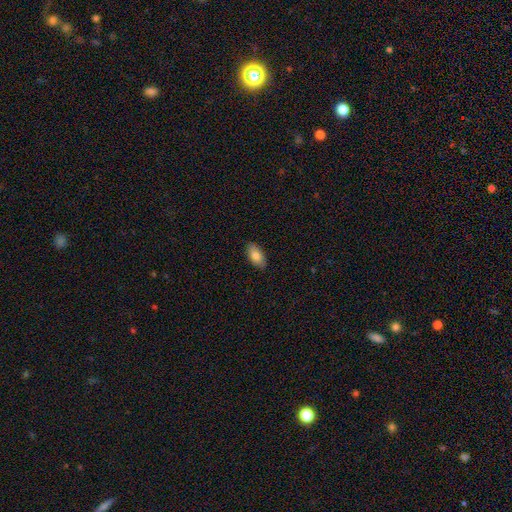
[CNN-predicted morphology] type=smooth (83%); roundness=in between (92%); merging=none (88%).